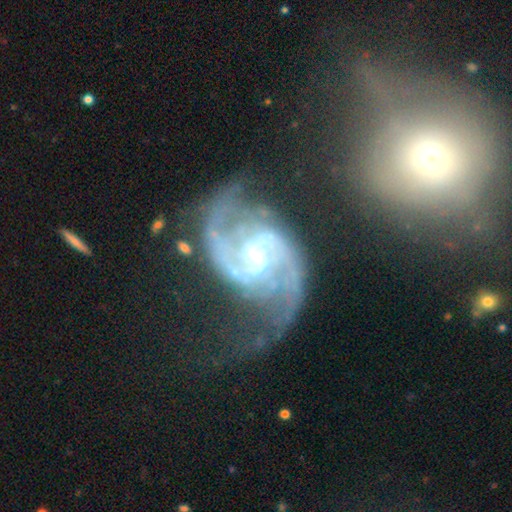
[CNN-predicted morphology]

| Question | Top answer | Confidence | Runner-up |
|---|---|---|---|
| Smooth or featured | featured or disk | 92% | star or artifact (5%) |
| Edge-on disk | no | 98% | yes (2%) |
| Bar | weak | 56% | no (23%) |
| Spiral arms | yes | 98% | no (2%) |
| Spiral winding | medium | 54% | loose (28%) |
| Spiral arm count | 2 | 86% | can't tell (4%) |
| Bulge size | small | 53% | moderate (40%) |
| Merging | none | 55% | major disturbance (20%) |